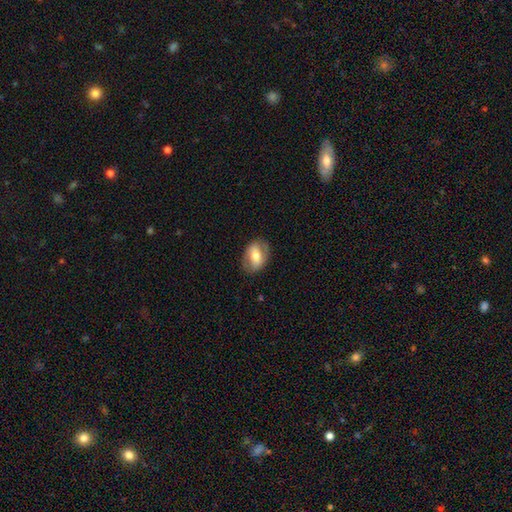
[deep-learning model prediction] A smooth galaxy with no disk features (50%).

Vote fractions:
- Smooth or featured? smooth: 50% / featured or disk: 44% / star or artifact: 6%
- Merging? none: 78% / minor disturbance: 15% / major disturbance: 6% / merger: 1%